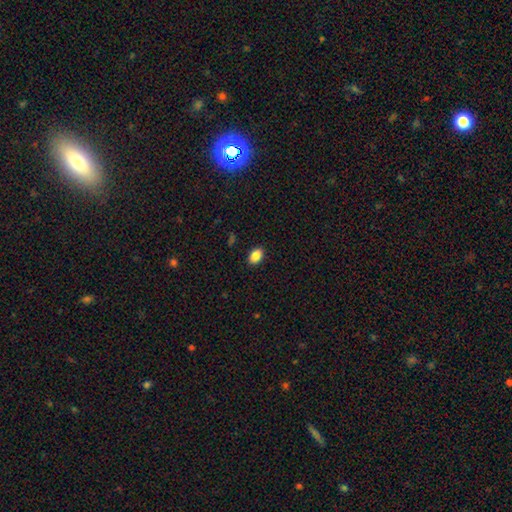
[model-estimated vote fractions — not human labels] This is clearly a smooth galaxy (87%). How rounded: clearly in between (82%). Merging: clearly none (90%).